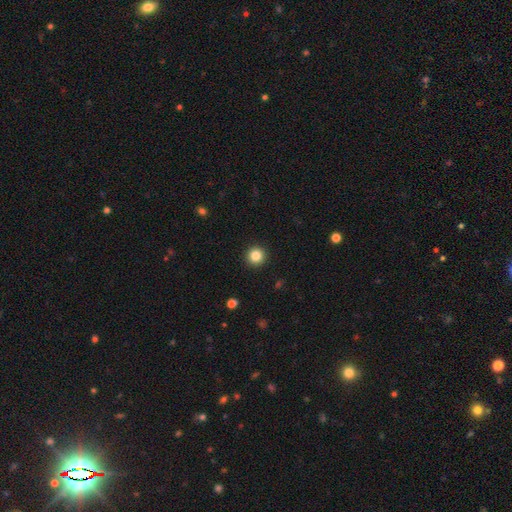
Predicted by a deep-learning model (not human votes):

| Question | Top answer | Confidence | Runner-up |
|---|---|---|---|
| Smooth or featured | smooth | 85% | star or artifact (11%) |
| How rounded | round | 96% | in between (3%) |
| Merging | none | 93% | minor disturbance (4%) |